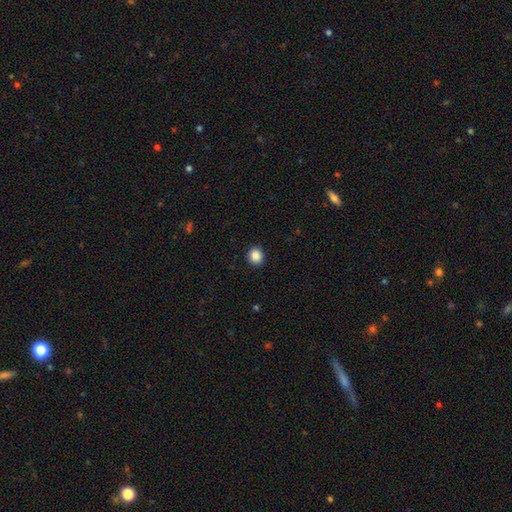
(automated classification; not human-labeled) Smooth or featured? Predicted: smooth (p=0.88). How rounded? Predicted: round (p=0.74). Merging? Predicted: none (p=0.90).